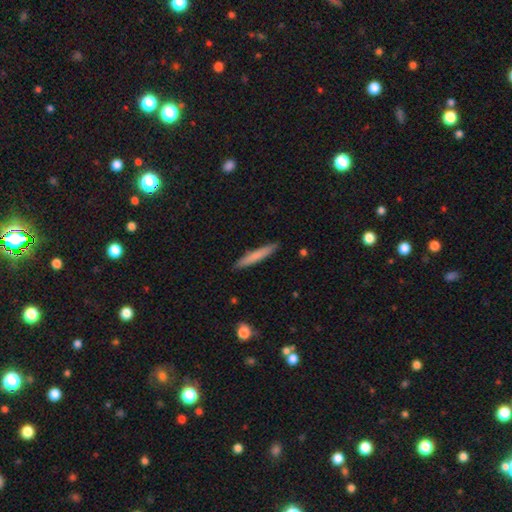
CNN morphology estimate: smooth_or_featured: smooth (p=0.74) [alt: featured or disk p=0.20]
how_rounded: cigar-shaped (p=0.95) [alt: in between p=0.04]
merging: none (p=0.90) [alt: minor disturbance p=0.07]